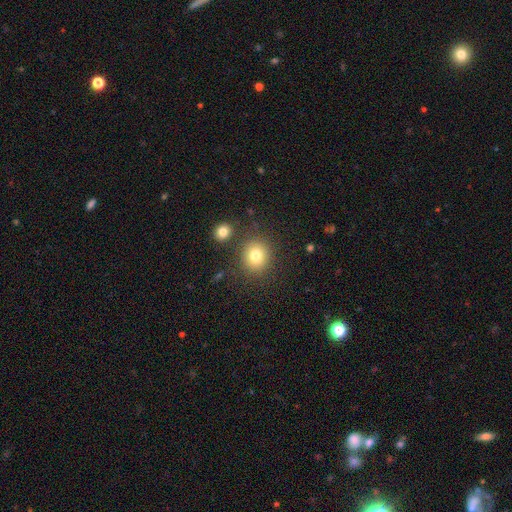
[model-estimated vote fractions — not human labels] The model was most divided on "how rounded": round: 82%, in between: 17%, cigar-shaped: 1%. More confident: merging — none (84%); smooth or featured — smooth (80%).